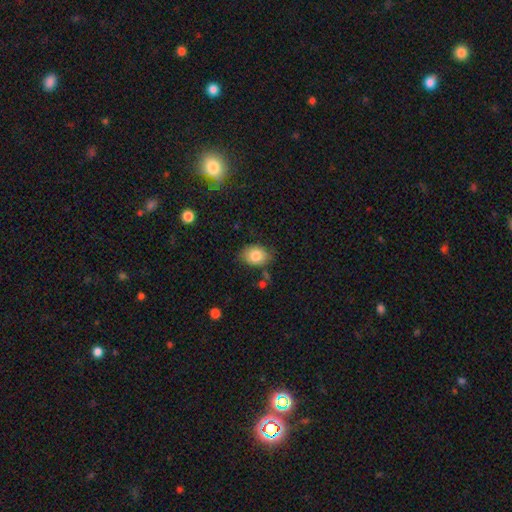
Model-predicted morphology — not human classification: This appears to be a smooth galaxy with no disk features (83%) that is in between round and cigar-shaped (66%). Merging: none (75%).